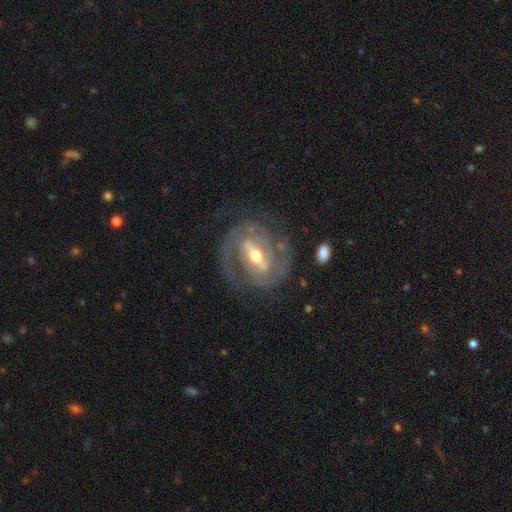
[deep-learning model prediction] smooth-or-featured: featured or disk: 90% | smooth: 6% | star or artifact: 4%
  disk-edge-on: no: 95% | yes: 5%
    bar: strong: 66% | weak: 26% | no: 8%
    has-spiral-arms: yes: 94% | no: 6%
      spiral-winding: tight: 56% | medium: 37% | loose: 7%
      spiral-arm-count: 2: 84% | can't tell: 6% | 3: 4% | 1: 2% | 4: 1% | more than 4: 1%
    bulge-size: moderate: 65% | small: 26% | large: 7% | none: 1% | dominant: 1%
  merging: none: 76% | minor disturbance: 13% | major disturbance: 8% | merger: 2%